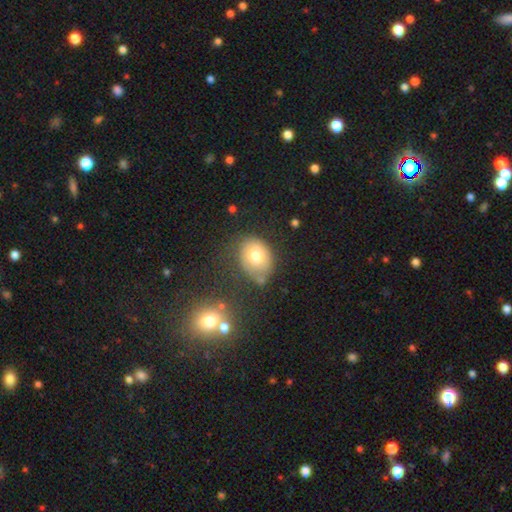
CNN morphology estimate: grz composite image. It shows a smooth galaxy with no disk features (68%) that is in between round and cigar-shaped (57%). Merging: none (56%).